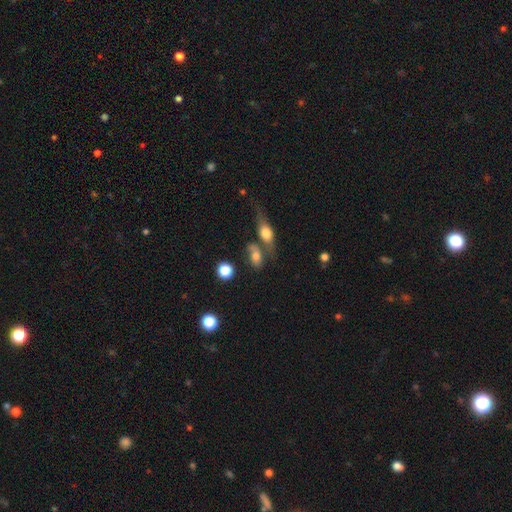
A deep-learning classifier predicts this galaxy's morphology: This is likely a smooth galaxy (70%). How rounded: likely in between (71%). Merging: marginally none (39%).